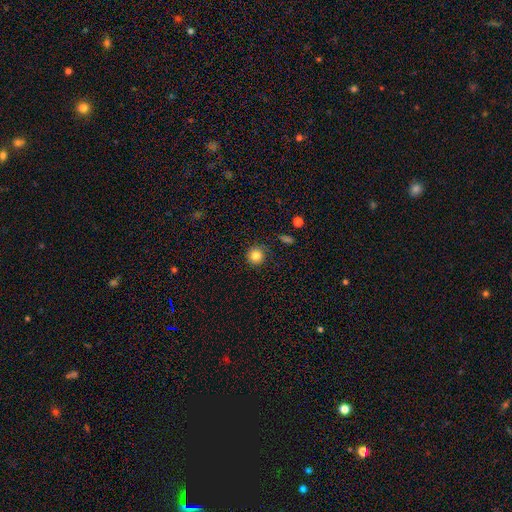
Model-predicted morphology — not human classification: Smooth or featured? Predicted: smooth (p=0.84). How rounded? Predicted: round (p=0.94). Merging? Predicted: none (p=0.87).